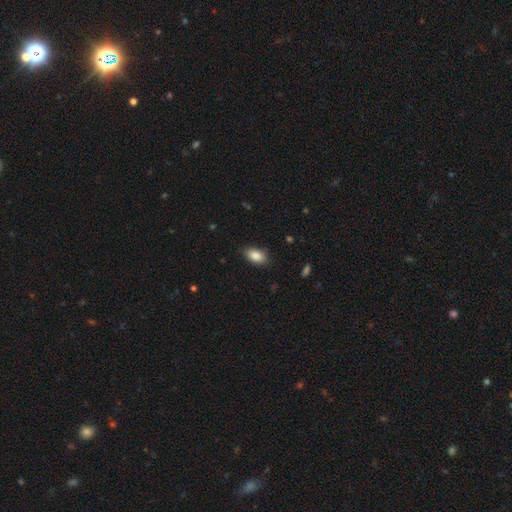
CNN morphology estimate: type=smooth (88%); roundness=in between (92%); merging=none (83%).